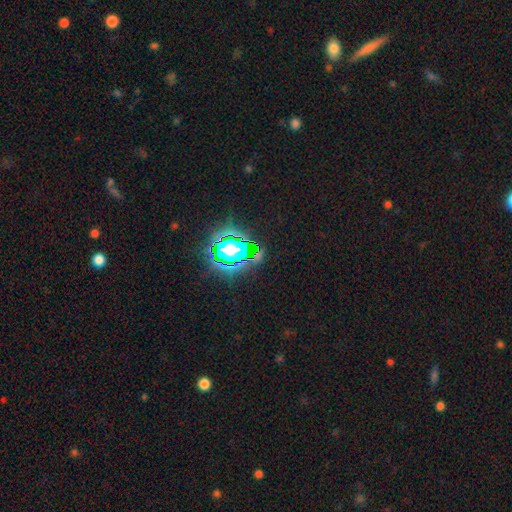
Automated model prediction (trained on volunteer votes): Smooth or featured? star or artifact (60%)